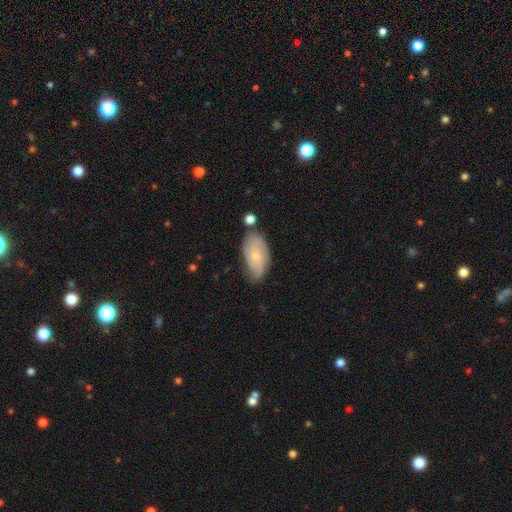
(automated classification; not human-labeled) smooth-or-featured: smooth: 47% (tied) | featured or disk: 47% (tied) | star or artifact: 7%
  merging: none: 62% | minor disturbance: 27% | major disturbance: 6% | merger: 5%